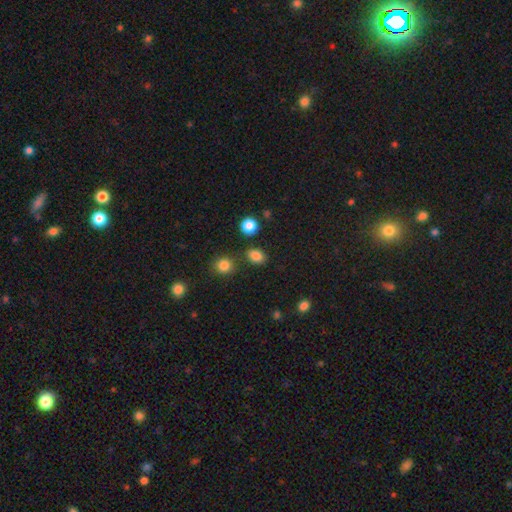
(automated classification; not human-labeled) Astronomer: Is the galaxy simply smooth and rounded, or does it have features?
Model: smooth — 83%.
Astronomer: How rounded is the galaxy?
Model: in between — 58% (runner-up: round, 41%).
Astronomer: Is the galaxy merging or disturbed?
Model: none — 80%.